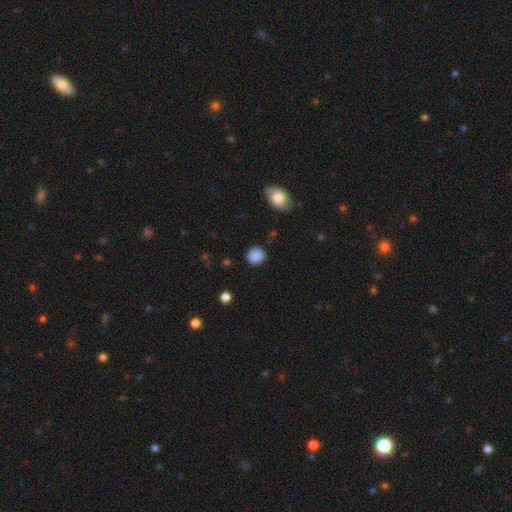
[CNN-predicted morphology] Smooth or featured? Predicted: smooth (p=0.87). How rounded? Predicted: round (p=0.89). Merging? Predicted: none (p=0.87).